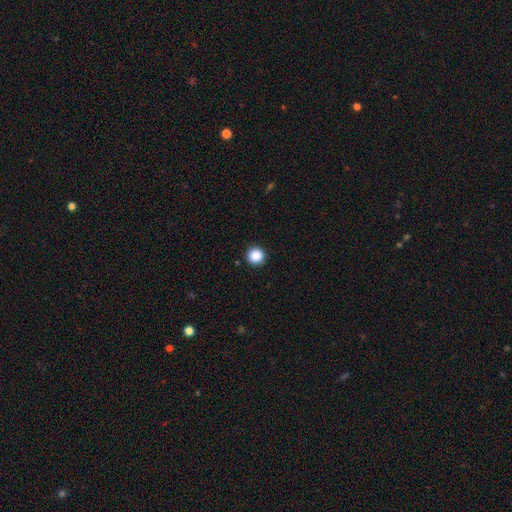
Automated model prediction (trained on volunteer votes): The model was most divided on "smooth or featured": smooth: 88%, star or artifact: 9%, featured or disk: 2%. More confident: how rounded — round (95%); merging — none (92%).